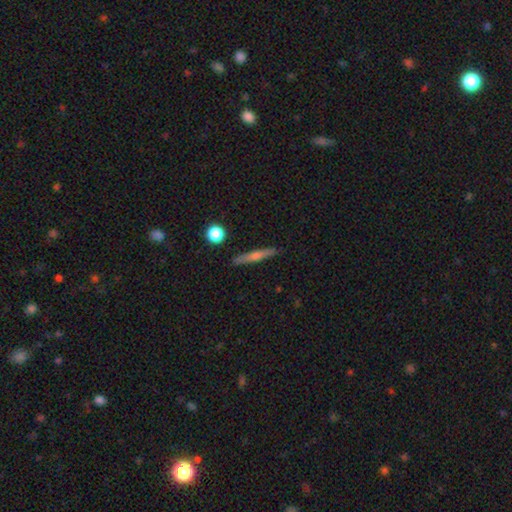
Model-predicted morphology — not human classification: Q: Smooth or featured?
A: smooth (47%); runner-up: featured or disk (45%)
Q: Merging?
A: none (90%); runner-up: minor disturbance (7%)